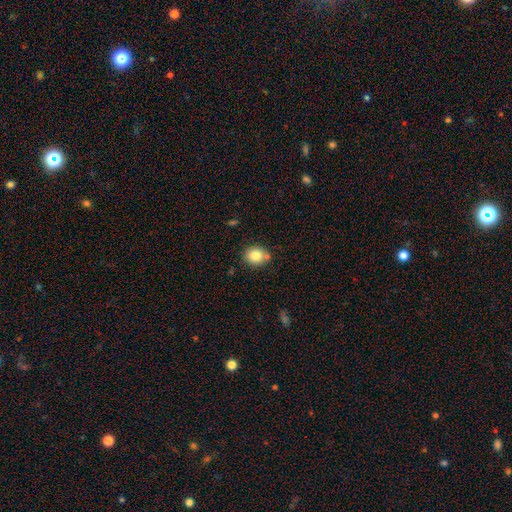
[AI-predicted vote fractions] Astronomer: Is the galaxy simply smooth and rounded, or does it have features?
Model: smooth — 81%.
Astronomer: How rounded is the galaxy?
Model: round — 72%.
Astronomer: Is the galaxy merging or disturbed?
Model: none — 76%.